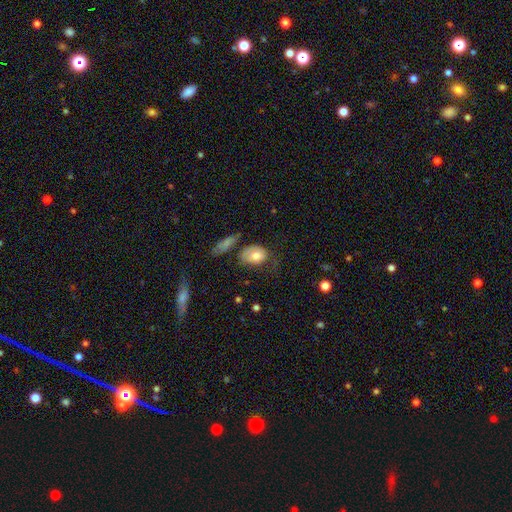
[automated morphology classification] Smooth or featured? Predicted: smooth (p=0.78). How rounded? Predicted: in between (p=0.72). Merging? Predicted: none (p=0.37).